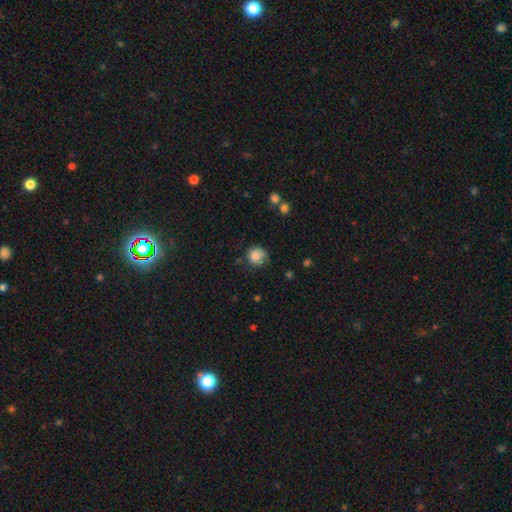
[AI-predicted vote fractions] smooth 84%, star or artifact 10%, featured or disk 7%. Down the decision tree: how rounded — round (87%); merging — none (64%).